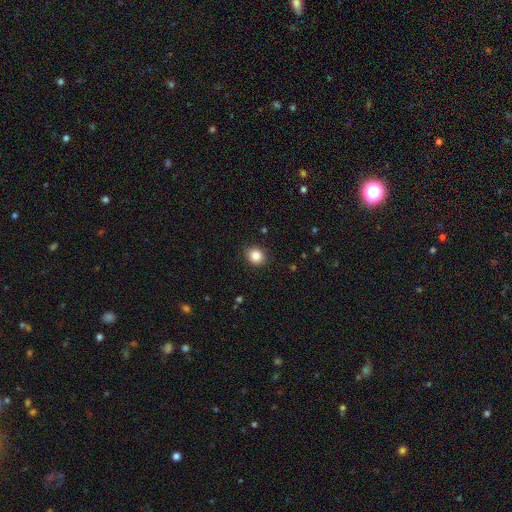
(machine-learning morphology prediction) smooth-or-featured: smooth: 86% | star or artifact: 10% | featured or disk: 4%
  how-rounded: round: 74% | in between: 25% | cigar-shaped: 1%
  merging: none: 89% | minor disturbance: 8% | major disturbance: 2% | merger: 1%